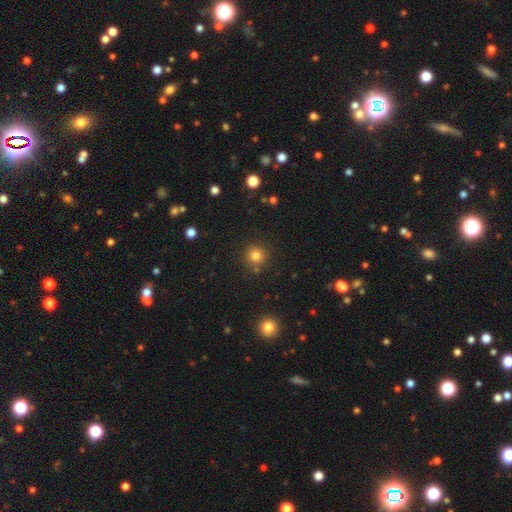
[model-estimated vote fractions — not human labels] smooth-or-featured: smooth: 80% | star or artifact: 14% | featured or disk: 6%
  how-rounded: round: 94% | in between: 5% | cigar-shaped: 1%
  merging: none: 85% | minor disturbance: 7% | merger: 5% | major disturbance: 3%